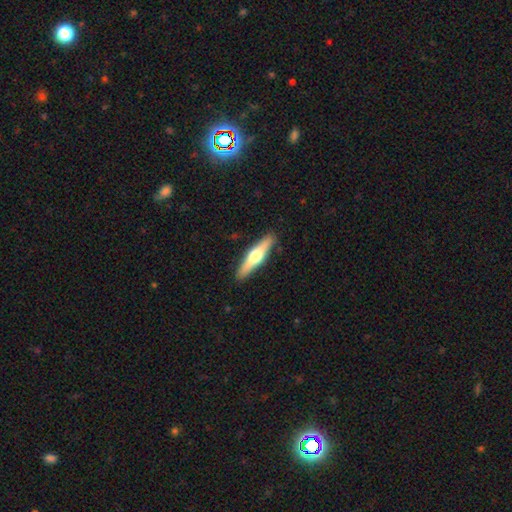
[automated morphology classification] type=featured or disk (56%); edge-on=yes (96%); edge-on bulge=rounded (94%); merging=none (90%).